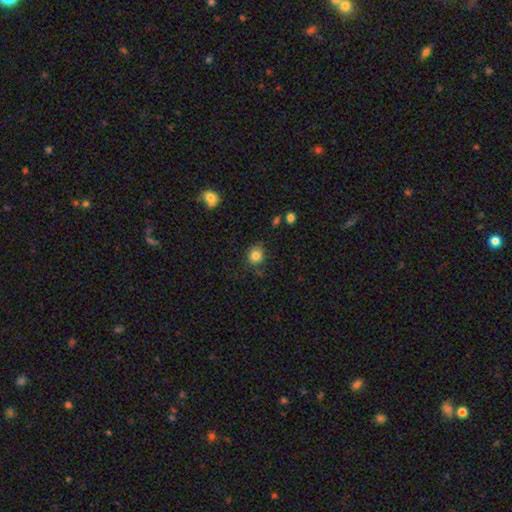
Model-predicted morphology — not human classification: Smooth or featured?
  - smooth: 82% *
  - star or artifact: 11%
  - featured or disk: 7%
How rounded?
  - round: 75% *
  - in between: 24%
  - cigar-shaped: 1%
Merging?
  - none: 76% *
  - minor disturbance: 17%
  - major disturbance: 4%
  - merger: 2%